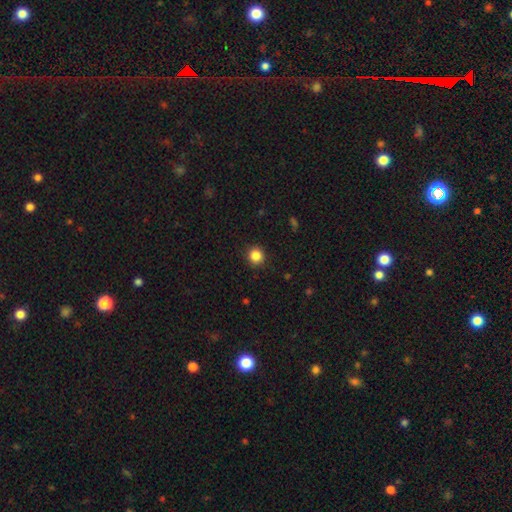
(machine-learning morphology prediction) A smooth galaxy with no disk features (86%) that is round (93%). Merging: none (91%).